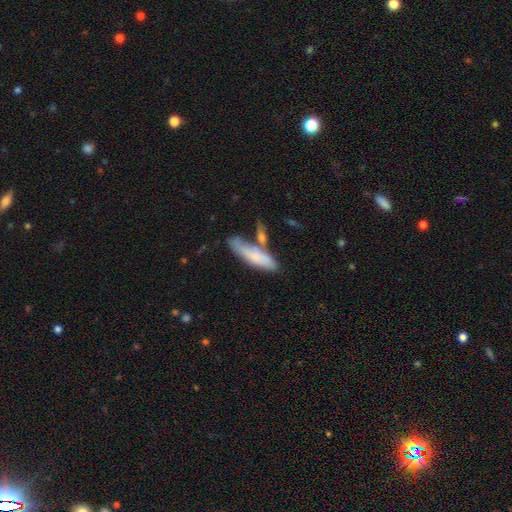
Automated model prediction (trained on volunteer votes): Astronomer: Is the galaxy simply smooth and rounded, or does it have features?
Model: smooth — 69%.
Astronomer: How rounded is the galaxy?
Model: cigar-shaped — 67%.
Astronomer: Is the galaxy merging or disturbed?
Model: none — 53%.